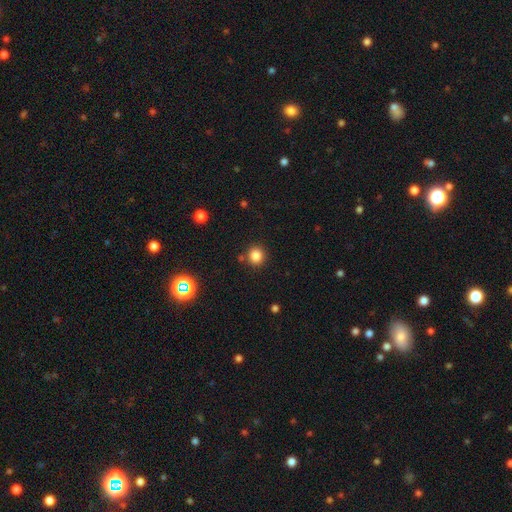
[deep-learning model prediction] smooth 83%, star or artifact 13%, featured or disk 5%. Down the decision tree: how rounded — round (91%); merging — none (86%).